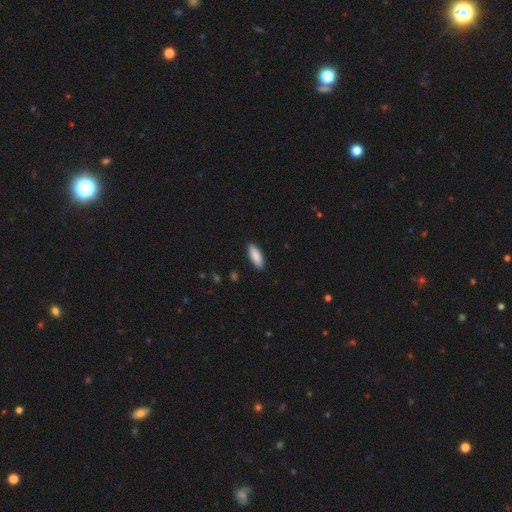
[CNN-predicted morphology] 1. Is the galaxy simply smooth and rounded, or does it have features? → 88% smooth, 6% featured or disk, 5% star or artifact.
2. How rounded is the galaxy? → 67% in between, 32% cigar-shaped, 2% round.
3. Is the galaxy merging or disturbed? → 89% none, 8% minor disturbance, 2% major disturbance, 1% merger.